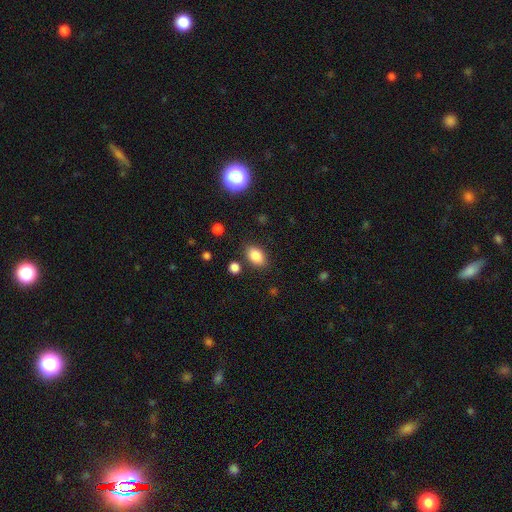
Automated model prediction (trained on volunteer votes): Smooth or featured: smooth — 84% (star or artifact — 10%)
How rounded: in between — 85% (round — 14%)
Merging: none — 83% (minor disturbance — 10%)